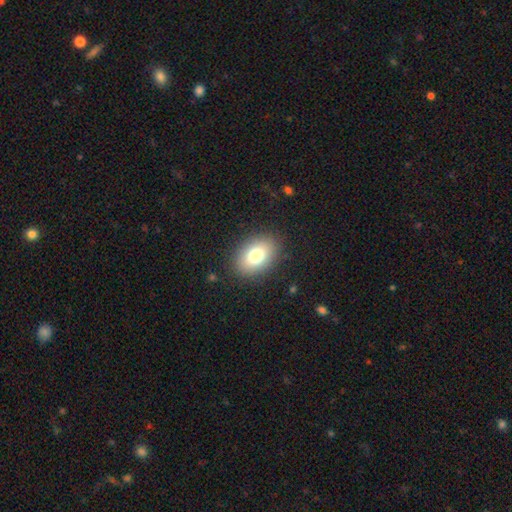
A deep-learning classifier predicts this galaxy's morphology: Smooth or featured: smooth — 78% (featured or disk — 12%)
How rounded: in between — 79% (round — 20%)
Merging: none — 87% (minor disturbance — 9%)